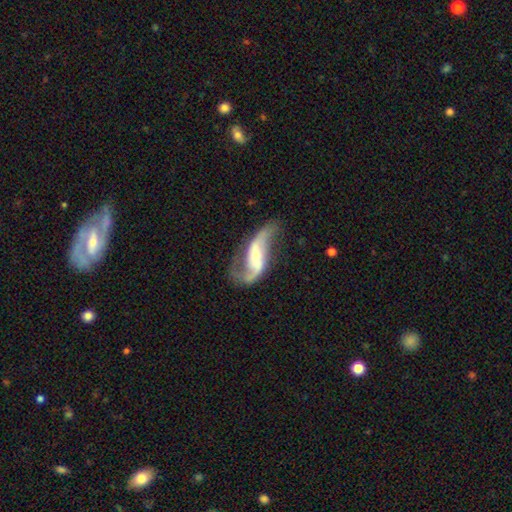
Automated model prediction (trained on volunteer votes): Q: Smooth or featured?
A: featured or disk (85%); runner-up: smooth (10%)
Q: Edge-on disk?
A: no (94%); runner-up: yes (6%)
Q: Bar?
A: weak (37%); runner-up: no (34%)
Q: Spiral arms?
A: yes (94%); runner-up: no (6%)
Q: Spiral winding?
A: loose (72%); runner-up: medium (23%)
Q: Spiral arm count?
A: 2 (88%); runner-up: 1 (6%)
Q: Bulge size?
A: small (45%); runner-up: moderate (40%)
Q: Merging?
A: none (58%); runner-up: minor disturbance (20%)